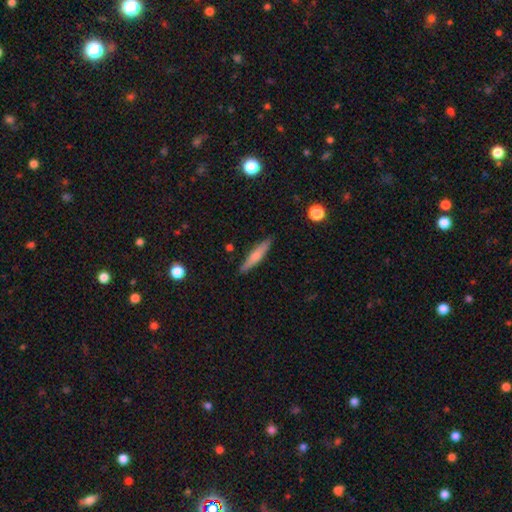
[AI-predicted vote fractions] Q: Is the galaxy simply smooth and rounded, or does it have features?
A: smooth — 62%.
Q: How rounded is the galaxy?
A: cigar-shaped — 87%.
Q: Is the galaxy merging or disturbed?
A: none — 88%.